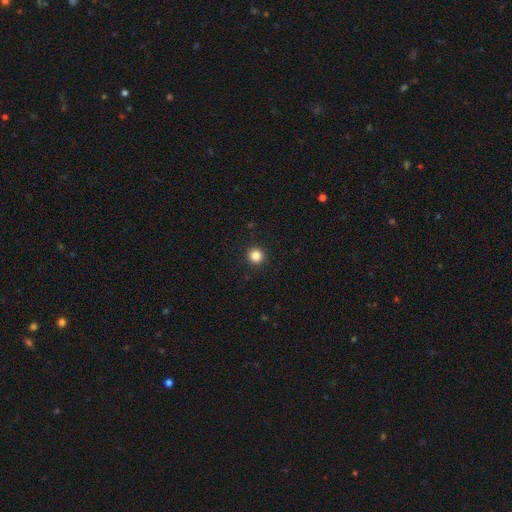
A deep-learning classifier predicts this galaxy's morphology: A smooth galaxy with no disk features (85%) that is round (95%).

Vote fractions:
- Smooth or featured? smooth: 85% / star or artifact: 11% / featured or disk: 4%
- How rounded? round: 95% / in between: 4% / cigar-shaped: 1%
- Merging? none: 93% / minor disturbance: 5% / major disturbance: 2% / merger: 1%